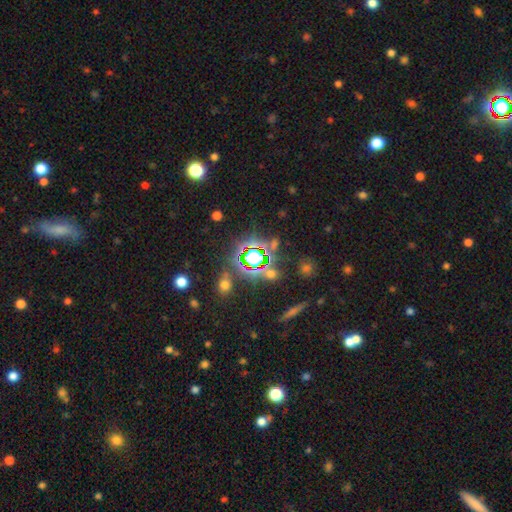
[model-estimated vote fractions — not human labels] Overall: star or artifact (70%).